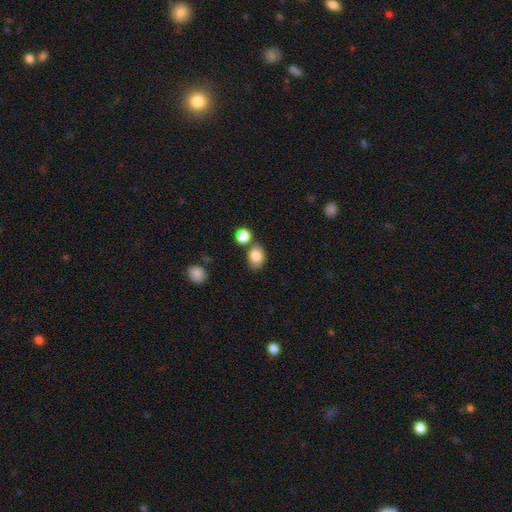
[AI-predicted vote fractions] Morphology: type=smooth (84%); roundness=in between (67%); merging=none (63%).